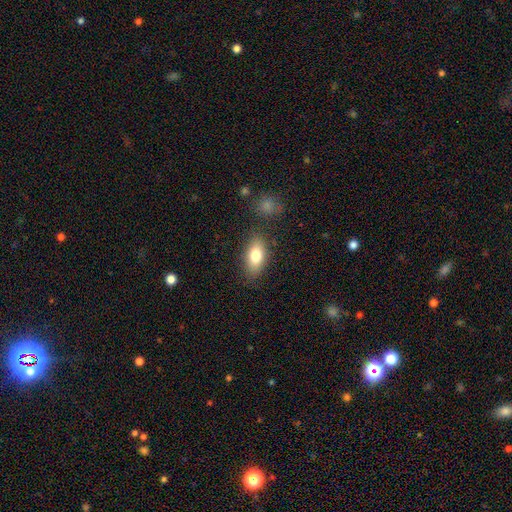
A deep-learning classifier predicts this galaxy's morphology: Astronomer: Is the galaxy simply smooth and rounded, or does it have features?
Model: smooth — 77%.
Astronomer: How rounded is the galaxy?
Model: in between — 86%.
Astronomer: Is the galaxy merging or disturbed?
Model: none — 81%.